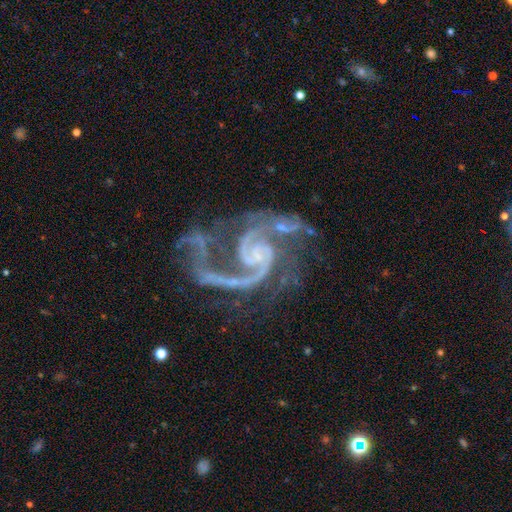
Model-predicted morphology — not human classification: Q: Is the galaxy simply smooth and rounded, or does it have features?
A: featured or disk — 93%.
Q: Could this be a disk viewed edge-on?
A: no — 98%.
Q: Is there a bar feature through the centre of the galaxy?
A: no — 52%.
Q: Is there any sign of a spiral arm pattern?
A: yes — 98%.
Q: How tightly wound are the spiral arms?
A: medium — 57%.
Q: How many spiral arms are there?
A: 2 — 83%.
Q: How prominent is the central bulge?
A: small — 63%.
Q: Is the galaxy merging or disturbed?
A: none — 38%.